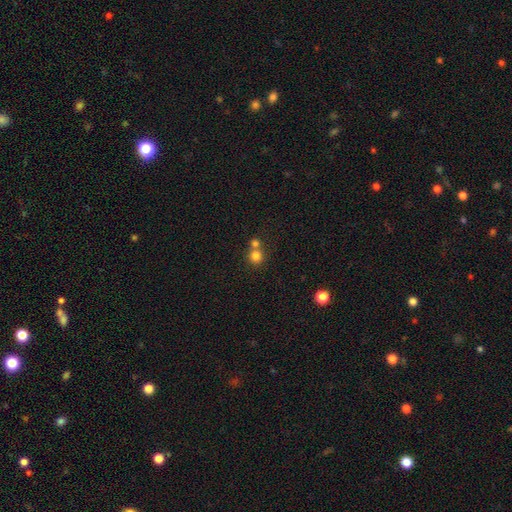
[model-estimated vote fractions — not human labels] This appears to be a smooth galaxy with no disk features (79%) that is round (91%). Merging: none (50%).